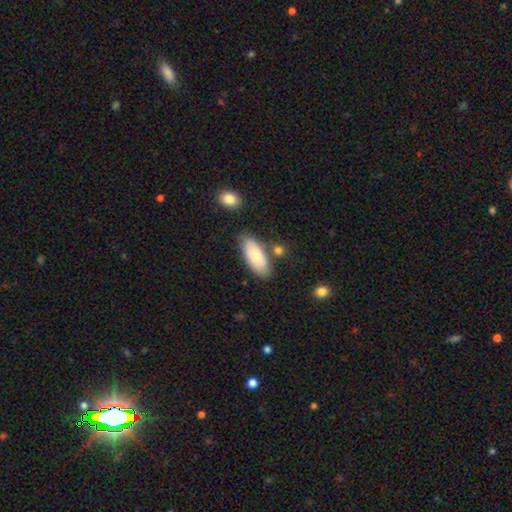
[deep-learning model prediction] The model was most divided on "merging": none: 73%, minor disturbance: 16%, merger: 8%, major disturbance: 3%. More confident: how rounded — in between (84%); smooth or featured — smooth (76%).